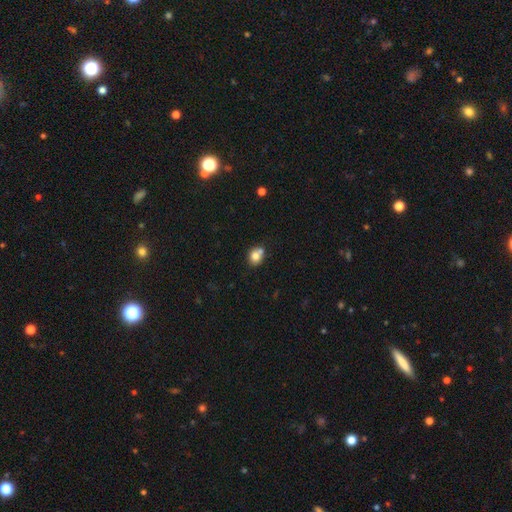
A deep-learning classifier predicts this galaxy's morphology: Smooth or featured: smooth — 77% (featured or disk — 12%)
How rounded: round — 66% (in between — 34%)
Merging: none — 52% (merger — 33%)